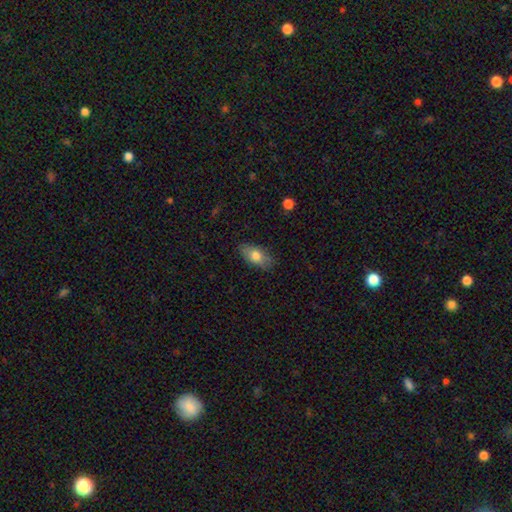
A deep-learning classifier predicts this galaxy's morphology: A smooth galaxy with no disk features (76%) that is in between round and cigar-shaped (88%). Merging: none (83%).